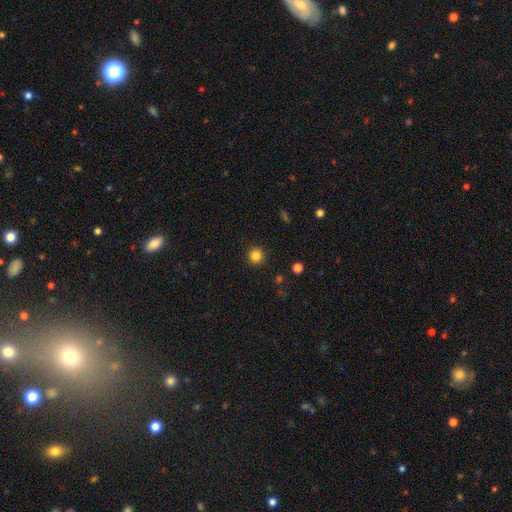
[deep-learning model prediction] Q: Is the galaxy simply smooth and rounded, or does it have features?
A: smooth — 85%.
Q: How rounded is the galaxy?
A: round — 94%.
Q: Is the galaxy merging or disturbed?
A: none — 92%.